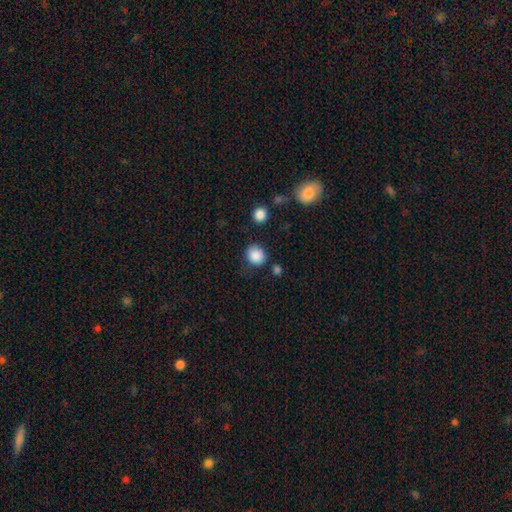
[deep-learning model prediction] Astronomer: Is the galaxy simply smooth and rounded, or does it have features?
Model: smooth — 86%.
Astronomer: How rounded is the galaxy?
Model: round — 78%.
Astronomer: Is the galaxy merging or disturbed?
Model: none — 71%.